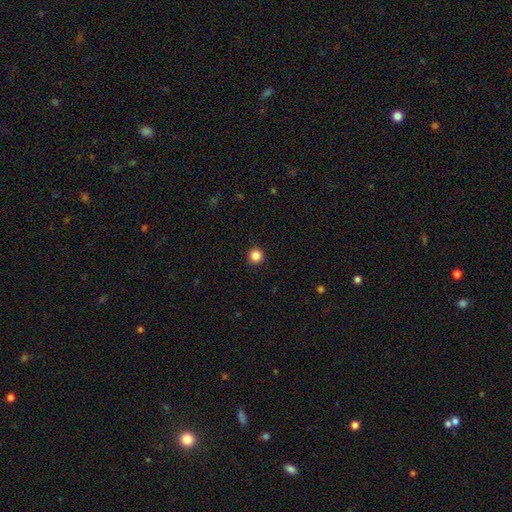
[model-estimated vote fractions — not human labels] A smooth galaxy with no disk features (86%) that is round (95%).

Vote fractions:
- Smooth or featured? smooth: 86% / star or artifact: 11% / featured or disk: 3%
- How rounded? round: 95% / in between: 4% / cigar-shaped: 1%
- Merging? none: 93% / minor disturbance: 5% / major disturbance: 2% / merger: 1%